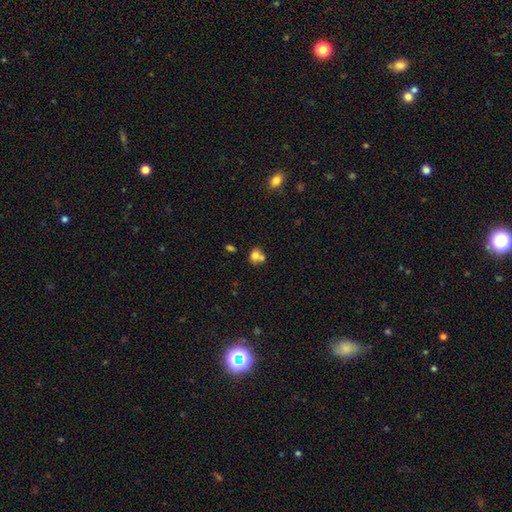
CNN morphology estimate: Smooth or featured: smooth — 75% (featured or disk — 14%)
How rounded: round — 73% (in between — 26%)
Merging: merger — 43% (none — 41%)